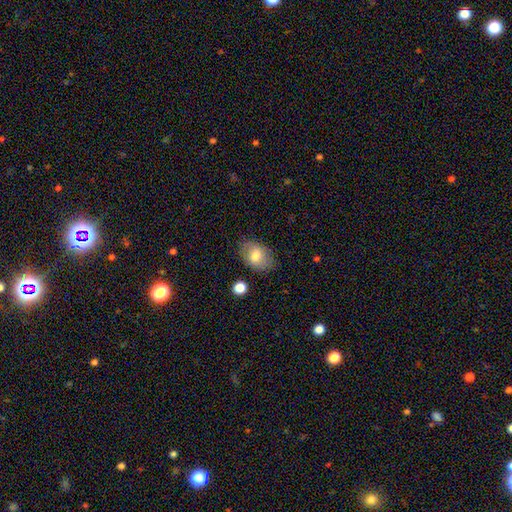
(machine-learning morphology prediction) Overall: smooth (73%). How rounded: in between (86%). Merging: none (80%).